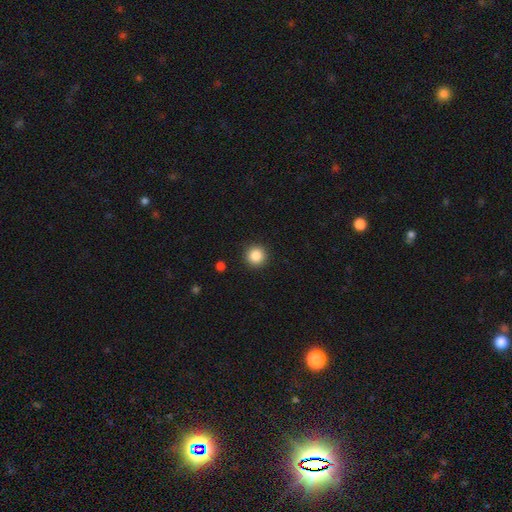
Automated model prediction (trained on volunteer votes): Overall: smooth (86%). How rounded: round (96%). Merging: none (92%).